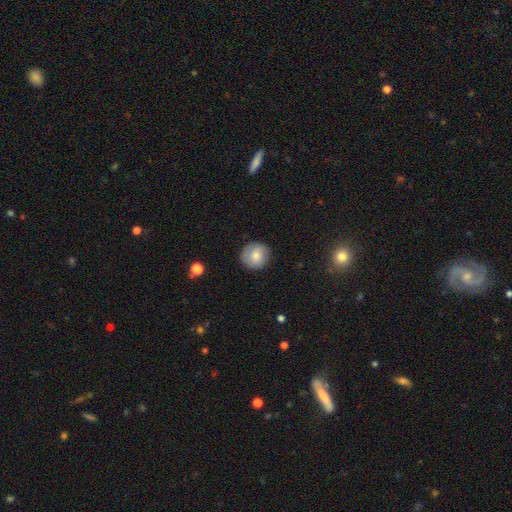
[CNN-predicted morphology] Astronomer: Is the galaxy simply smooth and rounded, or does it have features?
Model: smooth — 73%.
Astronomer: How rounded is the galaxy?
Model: round — 91%.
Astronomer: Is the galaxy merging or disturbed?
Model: none — 83%.